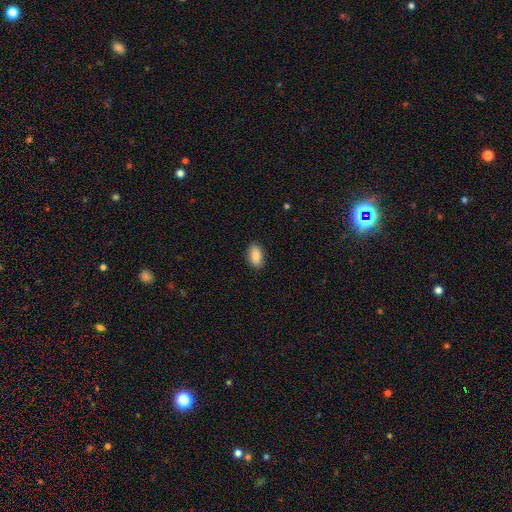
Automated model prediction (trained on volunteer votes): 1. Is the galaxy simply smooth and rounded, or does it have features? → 88% smooth, 7% star or artifact, 5% featured or disk.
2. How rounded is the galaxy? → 92% in between, 6% round, 2% cigar-shaped.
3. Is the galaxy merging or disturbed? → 87% none, 9% minor disturbance, 2% major disturbance, 1% merger.